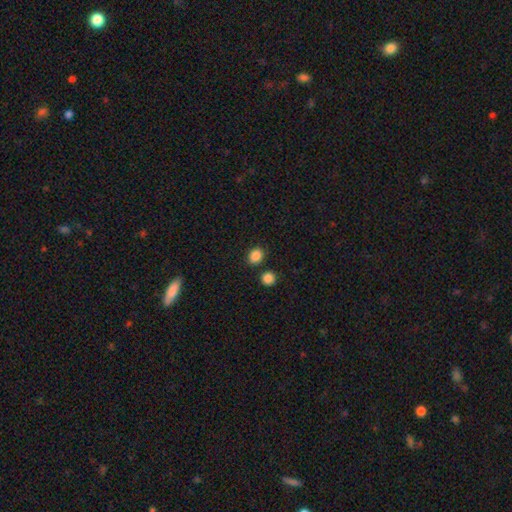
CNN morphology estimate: smooth-or-featured: smooth: 86% | star or artifact: 10% | featured or disk: 4%
  how-rounded: round: 62% | in between: 37% | cigar-shaped: 1%
  merging: none: 81% | minor disturbance: 9% | merger: 7% | major disturbance: 3%